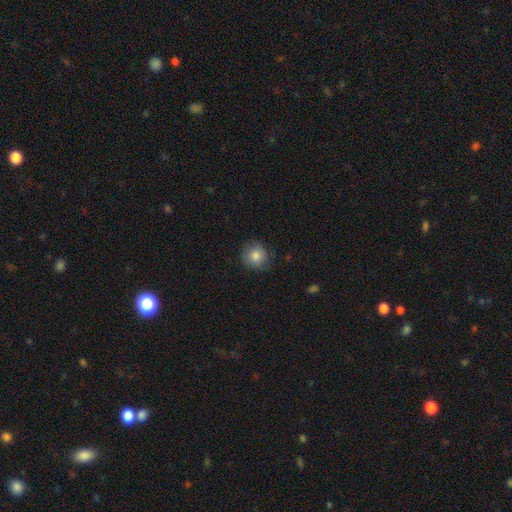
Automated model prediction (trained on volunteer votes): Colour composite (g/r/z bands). It shows a smooth galaxy with no disk features (81%) that is round (90%). Merging: none (78%).